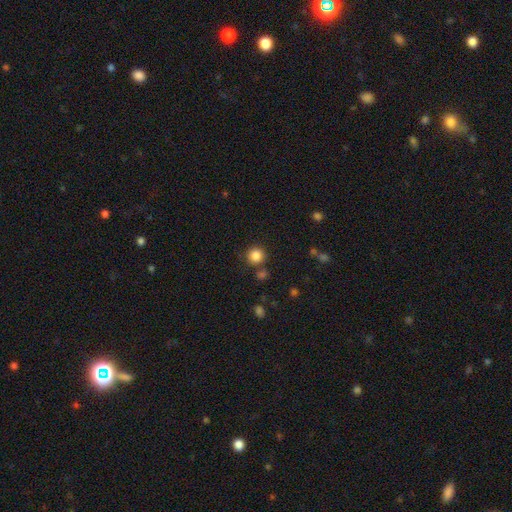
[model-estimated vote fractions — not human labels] This appears to be a smooth galaxy with no disk features (84%) that is round (93%). Merging: none (80%).